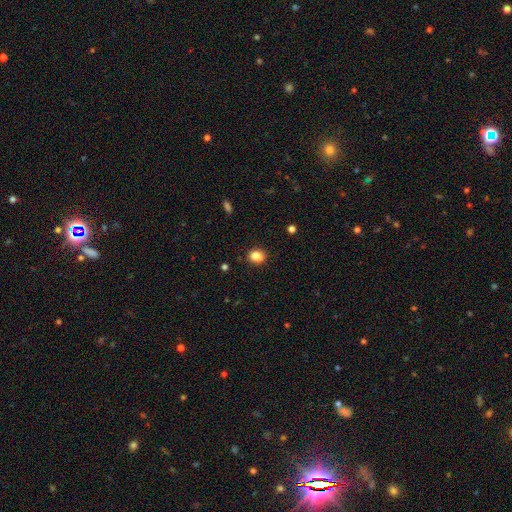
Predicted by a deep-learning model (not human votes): Smooth or featured?
  - smooth: 84% *
  - star or artifact: 10%
  - featured or disk: 6%
How rounded?
  - round: 53% *
  - in between: 46%
  - cigar-shaped: 1%
Merging?
  - none: 80% *
  - minor disturbance: 14%
  - merger: 3%
  - major disturbance: 3%